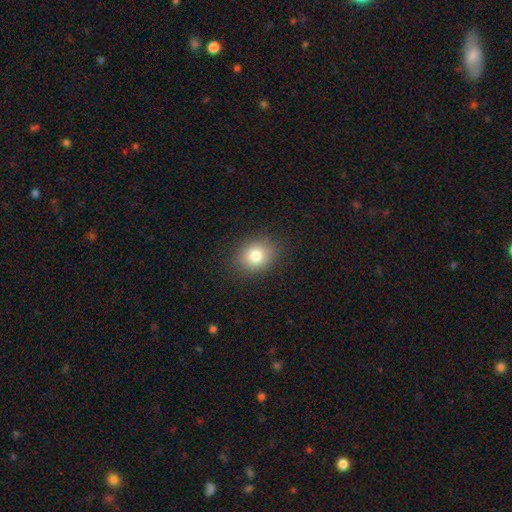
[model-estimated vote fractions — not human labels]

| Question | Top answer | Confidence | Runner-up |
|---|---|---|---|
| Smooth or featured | smooth | 79% | star or artifact (12%) |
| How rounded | round | 60% | in between (39%) |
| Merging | none | 87% | minor disturbance (9%) |